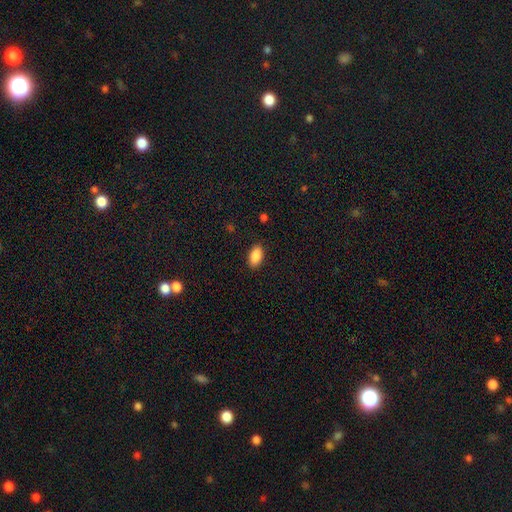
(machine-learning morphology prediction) A smooth galaxy with no disk features (89%) that is in between round and cigar-shaped (93%).

Vote fractions:
- Smooth or featured? smooth: 89% / star or artifact: 7% / featured or disk: 4%
- How rounded? in between: 93% / round: 4% / cigar-shaped: 3%
- Merging? none: 88% / minor disturbance: 8% / major disturbance: 2% / merger: 1%